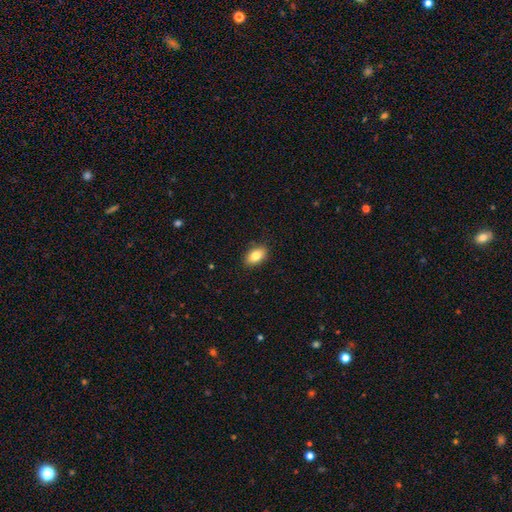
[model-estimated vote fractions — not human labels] The model was most divided on "smooth or featured": smooth: 83%, featured or disk: 9%, star or artifact: 8%. More confident: how rounded — in between (90%); merging — none (87%).